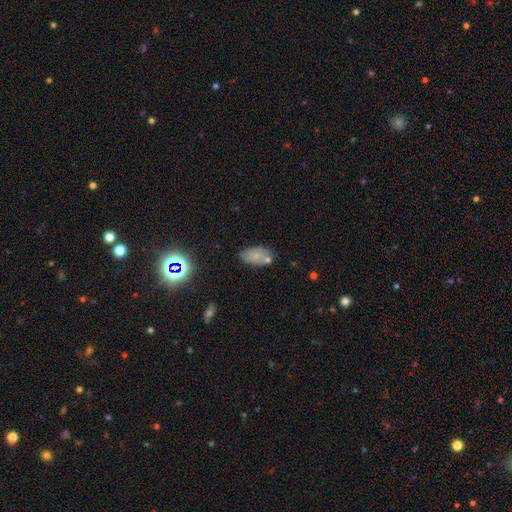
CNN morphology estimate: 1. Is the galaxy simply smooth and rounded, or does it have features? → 67% smooth, 20% featured or disk, 13% star or artifact.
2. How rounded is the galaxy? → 92% in between, 5% round, 3% cigar-shaped.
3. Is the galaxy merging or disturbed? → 66% none, 20% minor disturbance, 10% merger, 5% major disturbance.